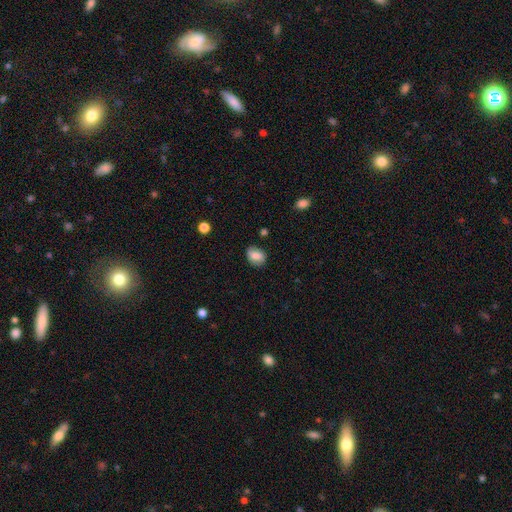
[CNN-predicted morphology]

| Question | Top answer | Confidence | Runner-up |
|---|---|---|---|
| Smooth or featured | smooth | 80% | featured or disk (12%) |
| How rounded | in between | 55% | round (44%) |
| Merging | none | 79% | minor disturbance (16%) |